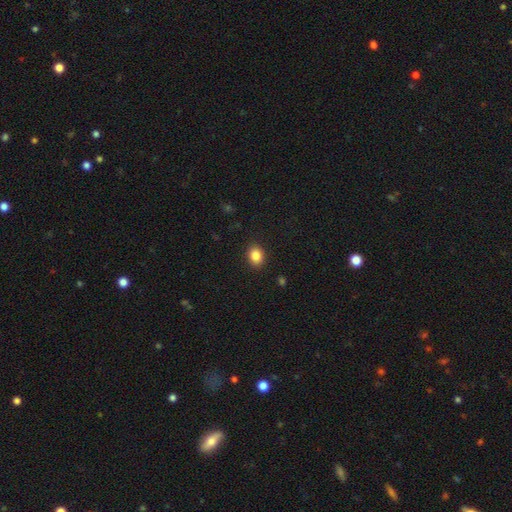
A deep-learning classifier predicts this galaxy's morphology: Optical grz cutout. It shows a smooth galaxy with no disk features (86%) that is in between round and cigar-shaped (55%). Merging: none (90%).